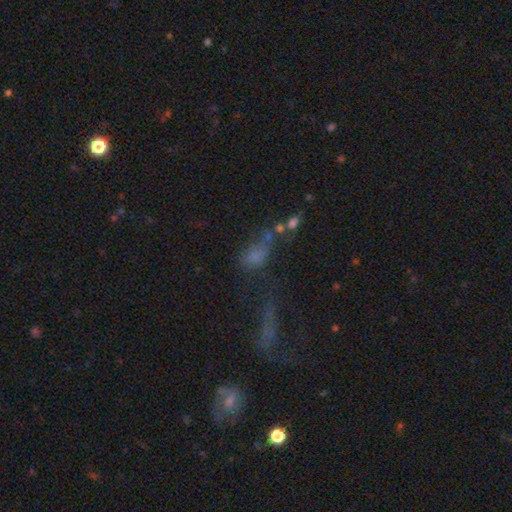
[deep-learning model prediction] smooth_or_featured: smooth (p=0.57) [alt: star or artifact p=0.24]
how_rounded: in between (p=0.70) [alt: cigar-shaped p=0.16]
merging: major disturbance (p=0.32) [alt: none p=0.27]